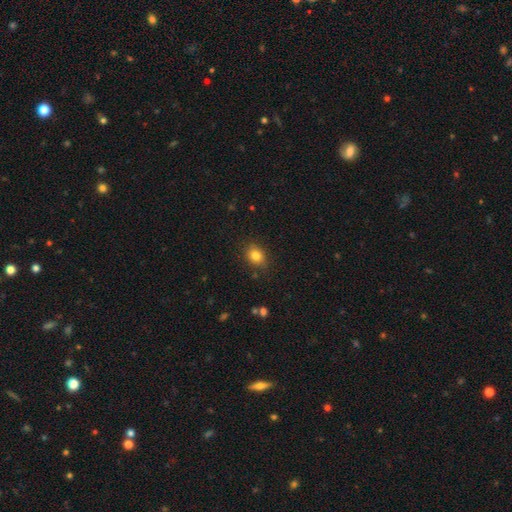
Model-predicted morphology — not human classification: Overall: smooth (82%). How rounded: in between (50%; round 49%). Merging: none (85%).